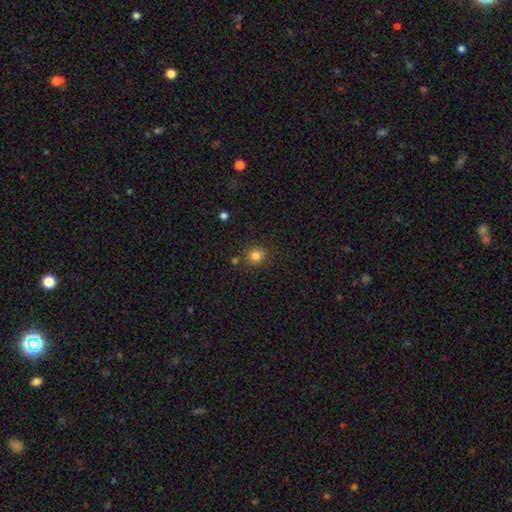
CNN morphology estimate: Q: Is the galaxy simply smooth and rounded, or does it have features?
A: smooth — 82%.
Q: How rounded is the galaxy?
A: round — 80%.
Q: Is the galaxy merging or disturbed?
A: none — 79%.